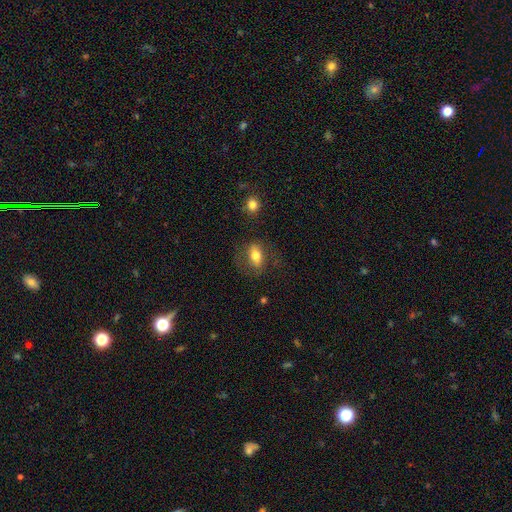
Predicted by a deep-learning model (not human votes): This appears to be a smooth galaxy with no disk features (67%) that is in between round and cigar-shaped (81%). Merging: none (67%).